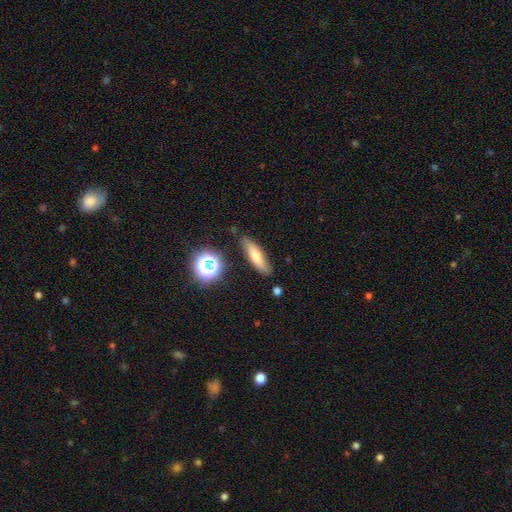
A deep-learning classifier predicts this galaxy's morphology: smooth-or-featured: smooth: 54% | featured or disk: 30% | star or artifact: 16%
  how-rounded: cigar-shaped: 62% | in between: 30% | round: 8%
  merging: none: 83% | minor disturbance: 11% | merger: 3% | major disturbance: 3%